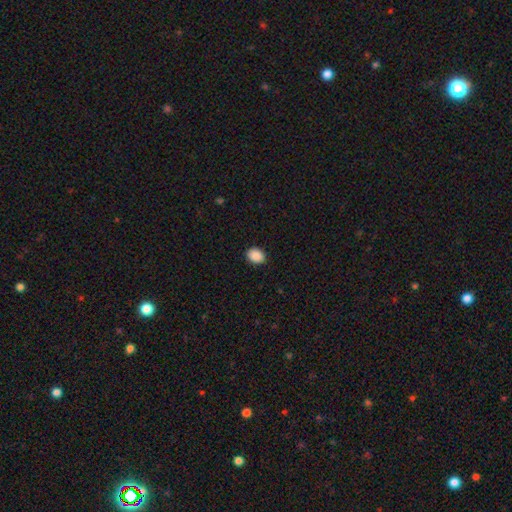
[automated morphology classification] Smooth or featured? smooth (90%)
How rounded? in between (60%)
Merging? none (90%)